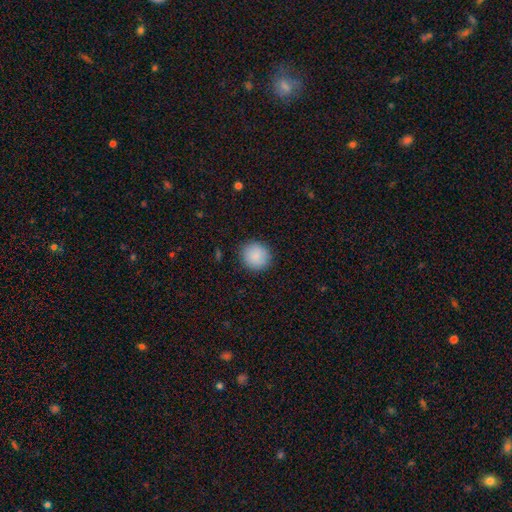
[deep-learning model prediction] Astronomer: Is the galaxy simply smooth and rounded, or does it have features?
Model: smooth — 89%.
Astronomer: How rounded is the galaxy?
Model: round — 92%.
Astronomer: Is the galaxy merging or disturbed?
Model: none — 90%.